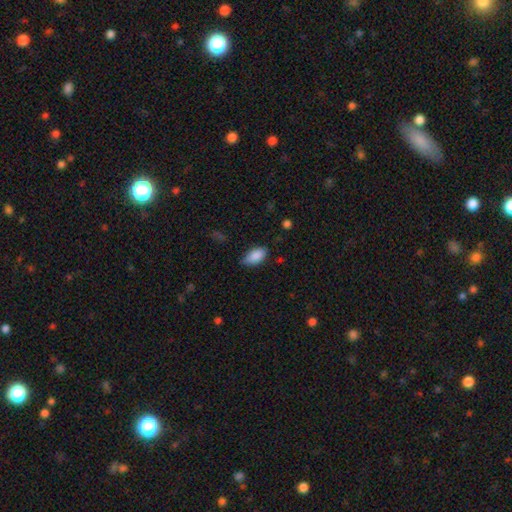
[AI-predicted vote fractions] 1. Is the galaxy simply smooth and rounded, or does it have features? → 87% smooth, 7% star or artifact, 6% featured or disk.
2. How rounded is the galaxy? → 93% in between, 4% round, 3% cigar-shaped.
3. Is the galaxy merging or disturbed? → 70% none, 25% minor disturbance, 4% major disturbance, 1% merger.